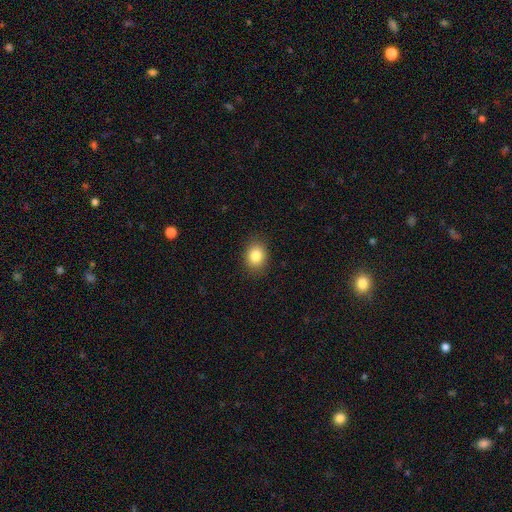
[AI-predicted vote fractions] The model was most divided on "how rounded": round: 50%, in between: 49%, cigar-shaped: 1%. More confident: merging — none (88%); smooth or featured — smooth (83%).